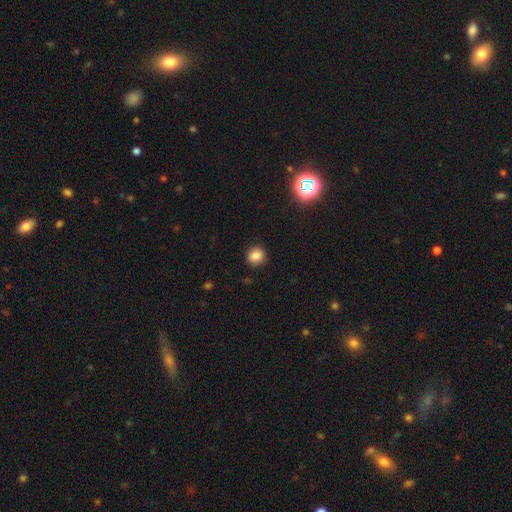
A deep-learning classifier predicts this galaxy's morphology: Overall: smooth (85%). How rounded: round (86%). Merging: none (89%).